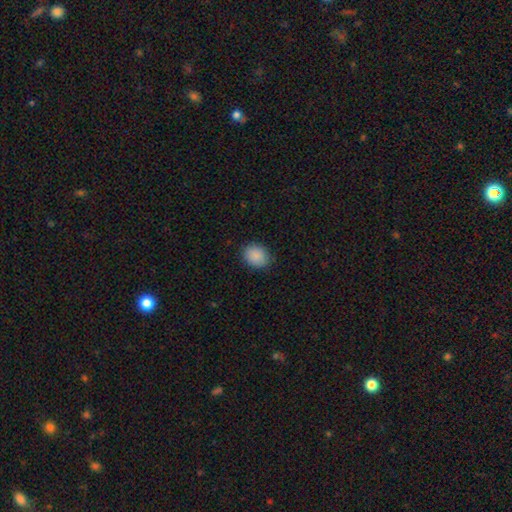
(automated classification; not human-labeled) Smooth or featured?
  - smooth: 89% *
  - star or artifact: 8%
  - featured or disk: 3%
How rounded?
  - round: 55% *
  - in between: 44%
  - cigar-shaped: 1%
Merging?
  - none: 88% *
  - minor disturbance: 9%
  - major disturbance: 2%
  - merger: 1%